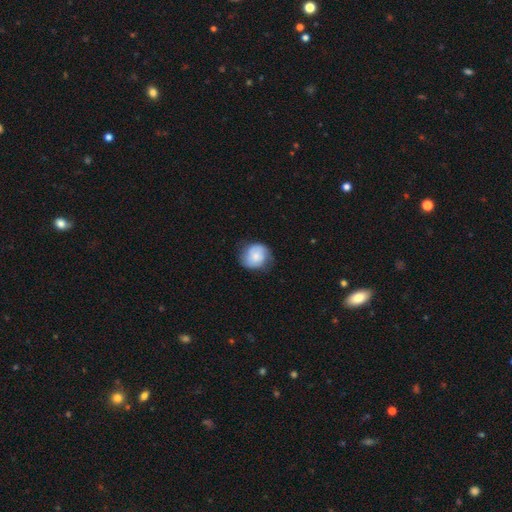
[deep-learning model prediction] Q: Smooth or featured?
A: smooth (63%); runner-up: featured or disk (29%)
Q: How rounded?
A: round (77%); runner-up: in between (22%)
Q: Merging?
A: none (68%); runner-up: minor disturbance (24%)